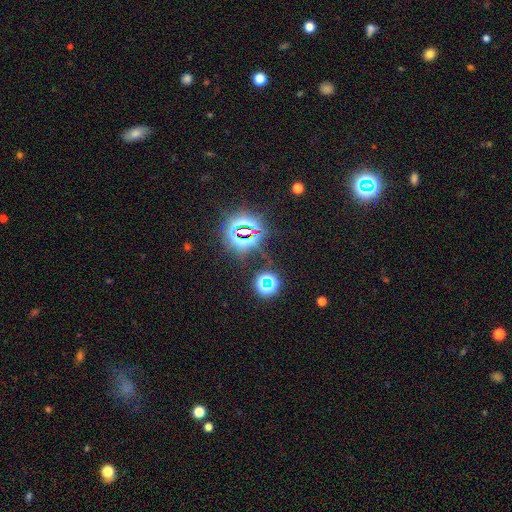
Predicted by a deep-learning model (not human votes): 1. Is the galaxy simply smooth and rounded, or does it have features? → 79% star or artifact, 14% smooth, 7% featured or disk.